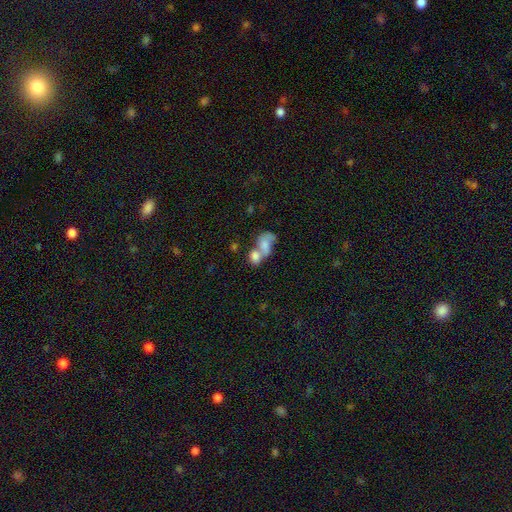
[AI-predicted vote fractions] smooth-or-featured: smooth: 55% | featured or disk: 32% | star or artifact: 14%
  how-rounded: in between: 63% | round: 34% | cigar-shaped: 3%
  merging: merger: 65% | none: 20% | minor disturbance: 8% | major disturbance: 7%